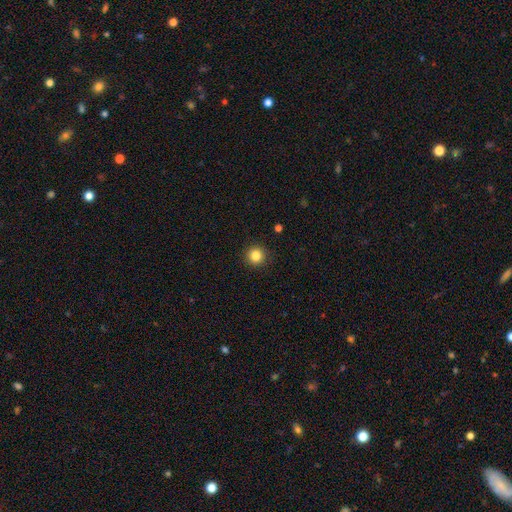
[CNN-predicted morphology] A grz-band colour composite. It shows a smooth galaxy with no disk features (84%) that is round (96%). Merging: none (92%).